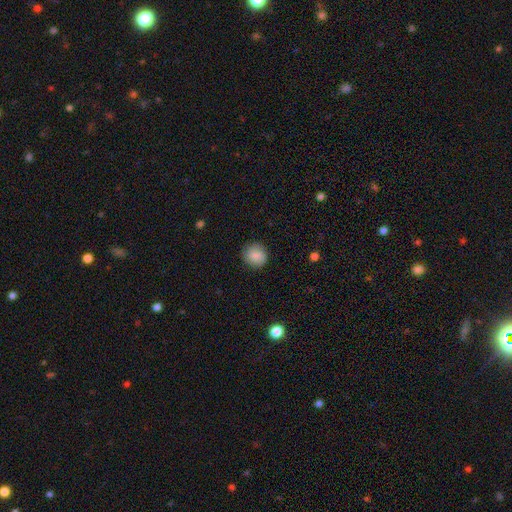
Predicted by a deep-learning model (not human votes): Smooth or featured?
  - smooth: 86% *
  - star or artifact: 8%
  - featured or disk: 6%
How rounded?
  - round: 87% *
  - in between: 12%
  - cigar-shaped: 1%
Merging?
  - none: 85% *
  - minor disturbance: 11%
  - major disturbance: 3%
  - merger: 1%